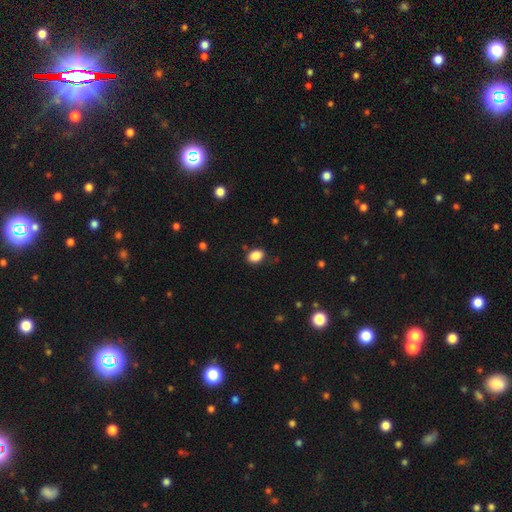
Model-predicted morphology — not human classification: Smooth or featured? Predicted: smooth (p=0.87). How rounded? Predicted: in between (p=0.77). Merging? Predicted: none (p=0.82).